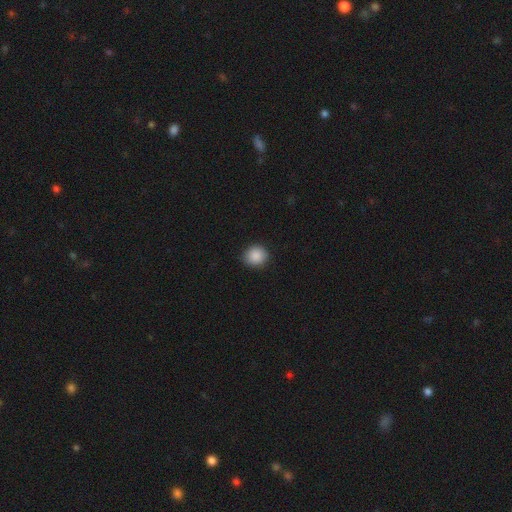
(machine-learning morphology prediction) This is clearly a smooth galaxy (89%). How rounded: clearly round (85%). Merging: clearly none (89%).